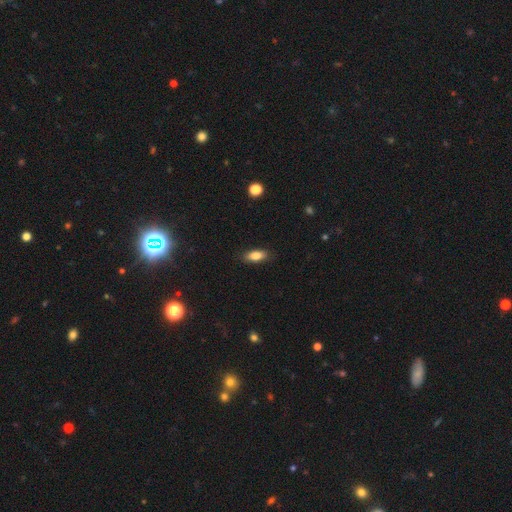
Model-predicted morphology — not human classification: Smooth or featured? smooth (84%)
How rounded? in between (83%)
Merging? none (87%)